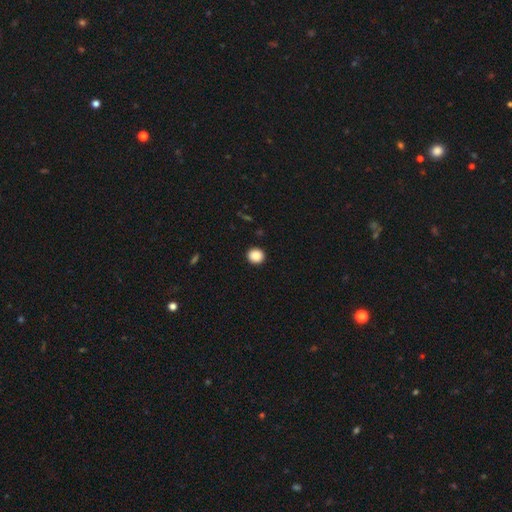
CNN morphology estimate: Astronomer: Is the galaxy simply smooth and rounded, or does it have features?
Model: smooth — 89%.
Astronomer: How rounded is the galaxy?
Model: round — 86%.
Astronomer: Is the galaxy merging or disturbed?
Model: none — 93%.